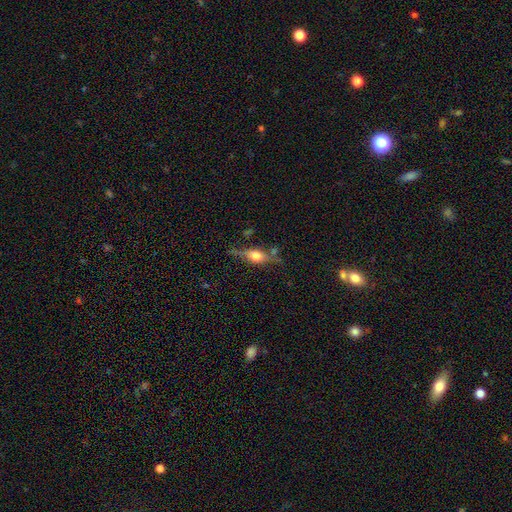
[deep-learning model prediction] This is likely a featured or disk galaxy (62%). It is clearly viewed edge-on (92%). Edge-on bulge: clearly rounded (91%). Merging: likely none (71%).